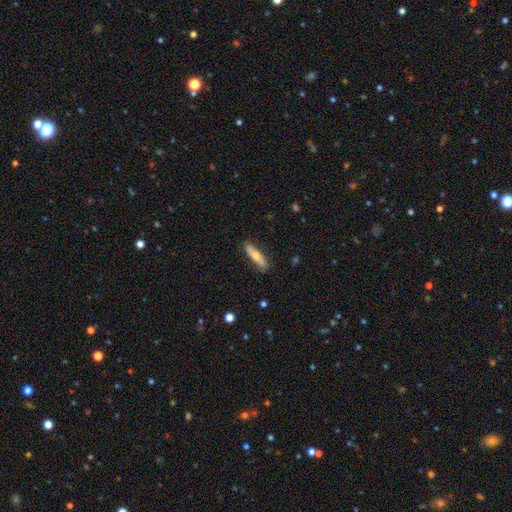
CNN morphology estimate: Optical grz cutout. It shows a smooth galaxy with no disk features (59%) that is cigar-shaped (77%). Merging: none (83%).